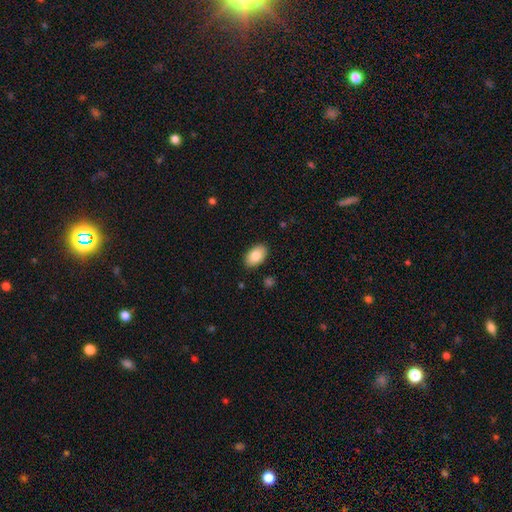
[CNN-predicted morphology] Overall: smooth (84%). How rounded: in between (93%). Merging: none (88%).